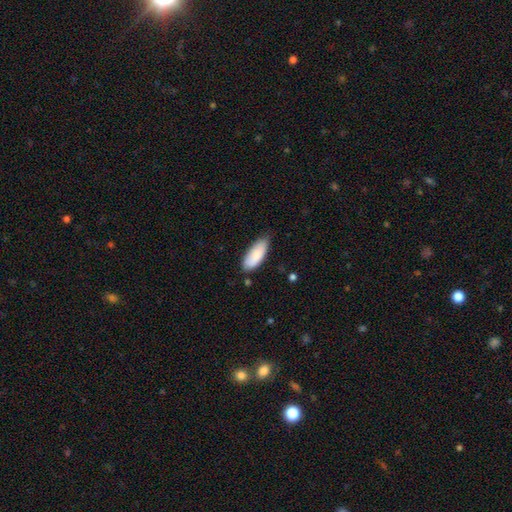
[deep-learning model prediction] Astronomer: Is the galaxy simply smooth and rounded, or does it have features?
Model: smooth — 86%.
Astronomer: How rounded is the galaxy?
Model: in between — 81%.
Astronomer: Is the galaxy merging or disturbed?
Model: none — 70%.